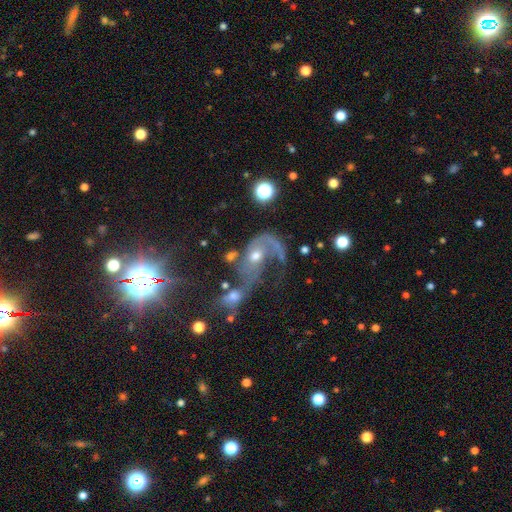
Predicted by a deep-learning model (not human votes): Overall: featured or disk (69%). Edge-on disk: no (95%). Bar: no (70%). Spiral arms: yes (81%). Spiral arm count: 1 (56%; 2 29%). Spiral winding: loose (60%; medium 28%). Bulge size: moderate (55%; small 33%). Merging: merger (41%; major disturbance 33%).